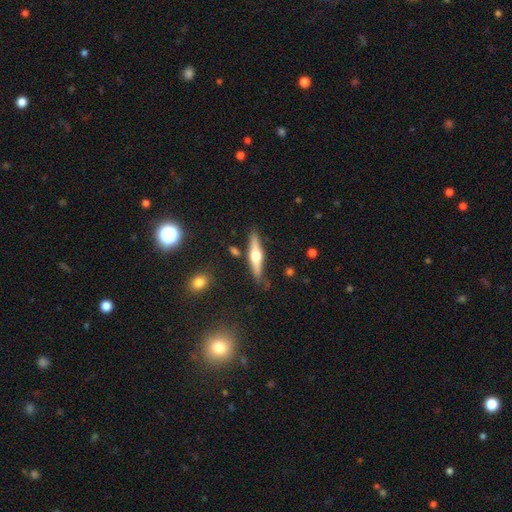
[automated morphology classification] smooth_or_featured: featured or disk (p=0.60) [alt: smooth p=0.34]
disk_edge_on: yes (p=0.95) [alt: no p=0.05]
edge_on_bulge: rounded (p=0.93) [alt: boxy p=0.04]
merging: none (p=0.81) [alt: minor disturbance p=0.12]